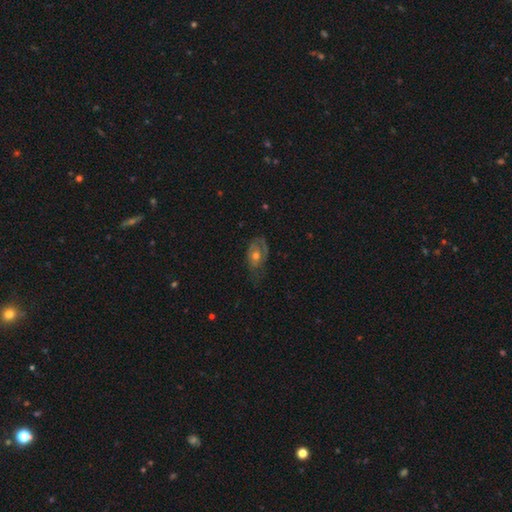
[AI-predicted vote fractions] The model was most divided on "spiral arms": yes: 59%, no: 41%. More confident: edge-on disk — no (91%); bar — no (80%); bulge size — moderate (65%); smooth or featured — featured or disk (59%); merging — none (55%).